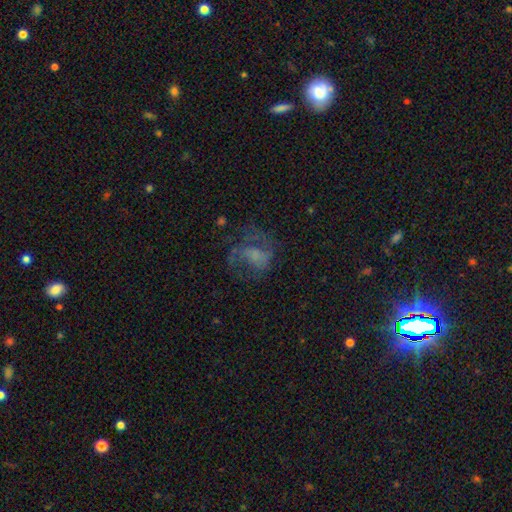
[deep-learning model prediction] smooth_or_featured: featured or disk (p=0.55) [alt: smooth p=0.30]
disk_edge_on: no (p=0.98) [alt: yes p=0.02]
bar: no (p=0.68) [alt: weak p=0.26]
has_spiral_arms: yes (p=0.62) [alt: no p=0.38]
bulge_size: none (p=0.46) [alt: small p=0.23]
merging: none (p=0.44) [alt: major disturbance p=0.36]